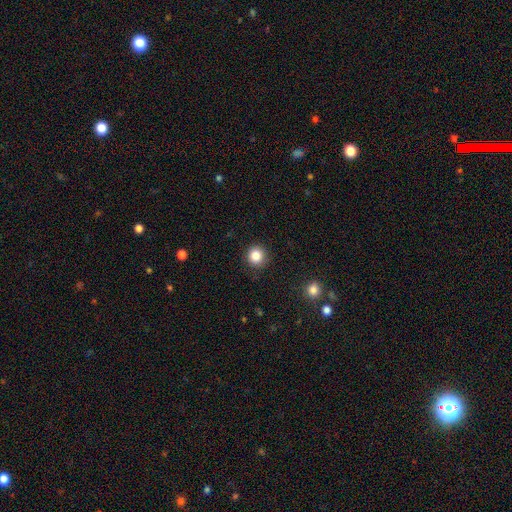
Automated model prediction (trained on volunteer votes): smooth_or_featured: smooth (p=0.85) [alt: star or artifact p=0.11]
how_rounded: round (p=0.93) [alt: in between p=0.06]
merging: none (p=0.90) [alt: minor disturbance p=0.07]